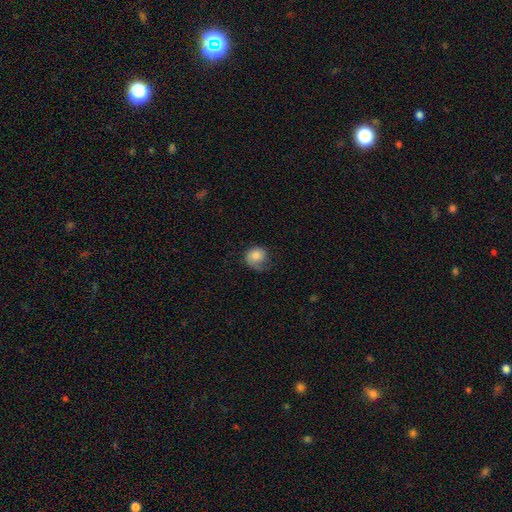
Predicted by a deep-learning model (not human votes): A smooth galaxy with no disk features (64%) that is round (75%).

Vote fractions:
- Smooth or featured? smooth: 64% / featured or disk: 28% / star or artifact: 7%
- How rounded? round: 75% / in between: 24% / cigar-shaped: 1%
- Merging? none: 41% / major disturbance: 29% / minor disturbance: 28% / merger: 2%